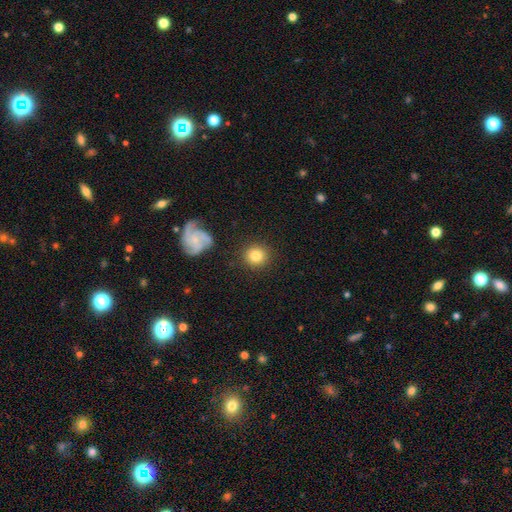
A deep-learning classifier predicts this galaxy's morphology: This is likely a smooth galaxy (80%). How rounded: clearly round (92%). Merging: clearly none (87%).